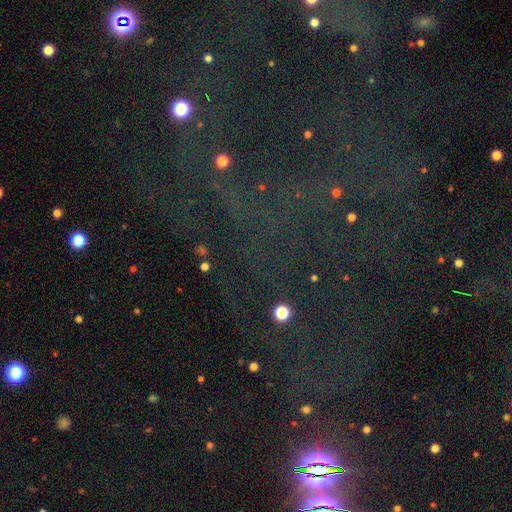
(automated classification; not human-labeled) Overall: star or artifact (80%).